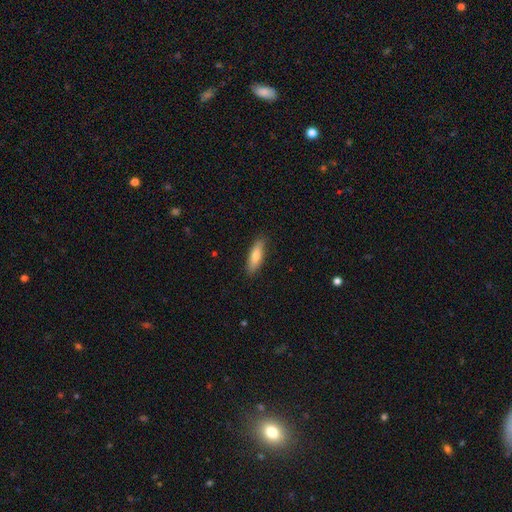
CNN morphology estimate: Smooth or featured? Predicted: smooth (p=0.73). How rounded? Predicted: cigar-shaped (p=0.60). Merging? Predicted: none (p=0.88).